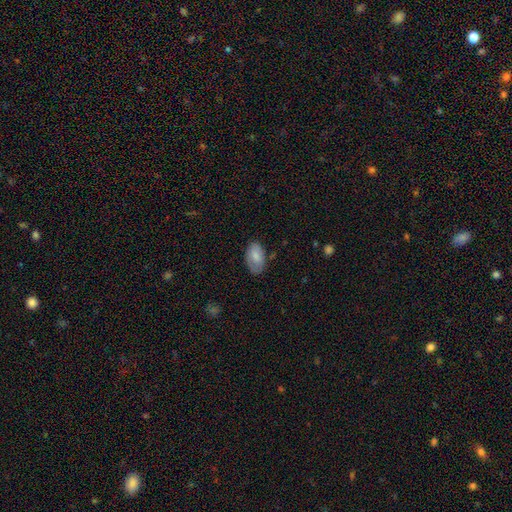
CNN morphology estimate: Smooth or featured? smooth (76%)
How rounded? in between (93%)
Merging? none (71%)